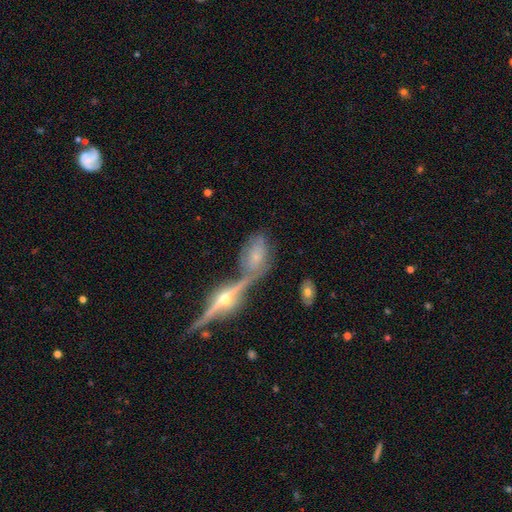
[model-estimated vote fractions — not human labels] smooth_or_featured: featured or disk (p=0.54) [alt: smooth p=0.35]
disk_edge_on: yes (p=0.54) [alt: no p=0.46]
merging: none (p=0.46) [alt: merger p=0.30]